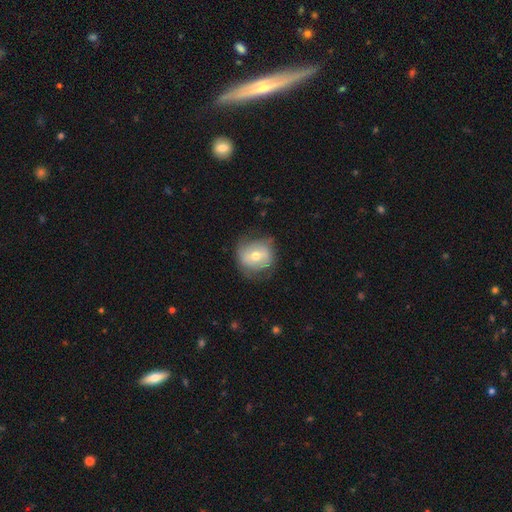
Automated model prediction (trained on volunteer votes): Q: Smooth or featured?
A: smooth (51%); runner-up: featured or disk (42%)
Q: How rounded?
A: round (79%); runner-up: in between (20%)
Q: Merging?
A: none (67%); runner-up: minor disturbance (22%)